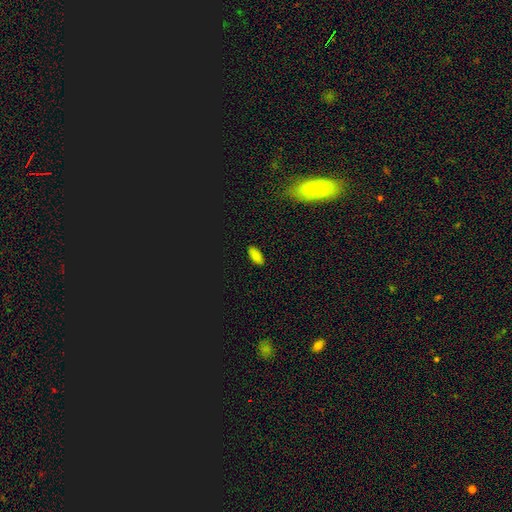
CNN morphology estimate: Smooth or featured? smooth (79%)
How rounded? in between (91%)
Merging? none (88%)